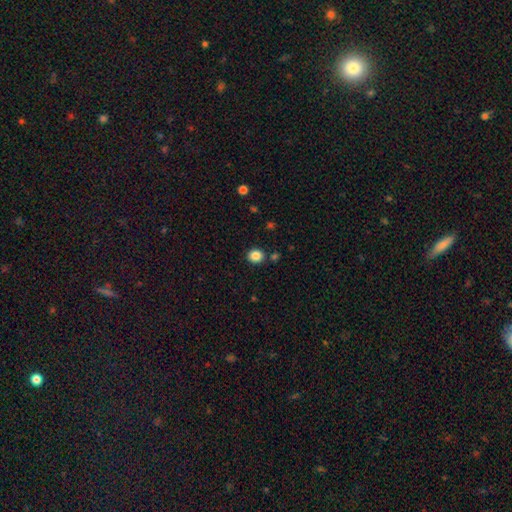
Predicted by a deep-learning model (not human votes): A smooth galaxy with no disk features (86%) that is round (79%). Merging: none (86%).